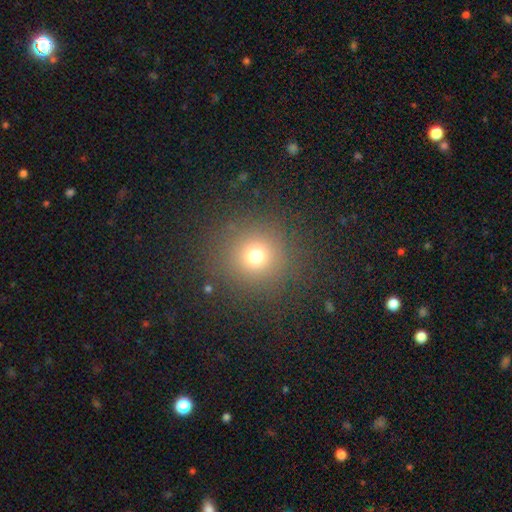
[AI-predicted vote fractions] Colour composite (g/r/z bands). It shows a smooth galaxy with no disk features (71%) that is round (93%). Merging: none (86%).